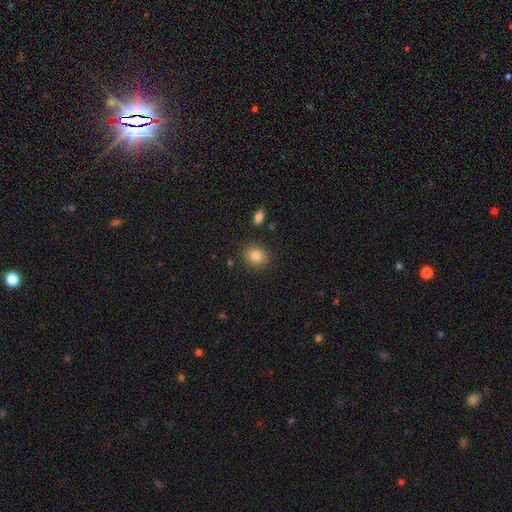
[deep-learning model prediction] This is clearly a smooth galaxy (84%). How rounded: likely round (69%). Merging: clearly none (87%).